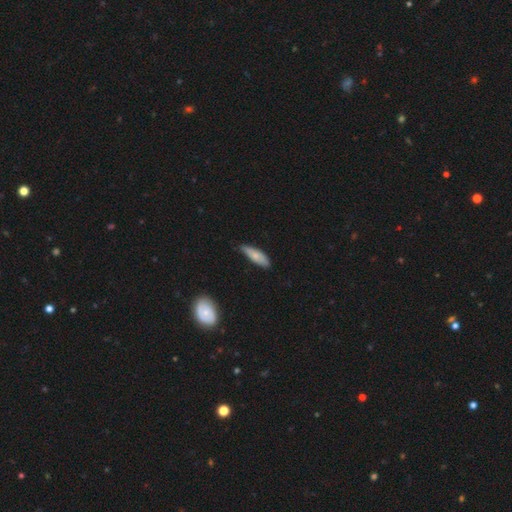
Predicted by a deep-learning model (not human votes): Q: Smooth or featured?
A: smooth (73%); runner-up: featured or disk (21%)
Q: How rounded?
A: in between (55%); runner-up: cigar-shaped (43%)
Q: Merging?
A: none (68%); runner-up: minor disturbance (27%)